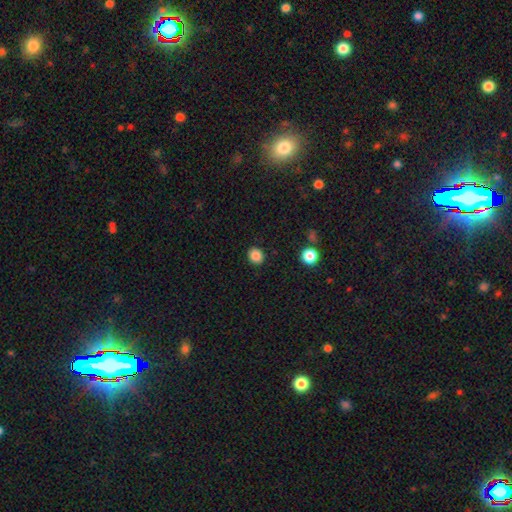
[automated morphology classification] This appears to be a smooth galaxy with no disk features (86%) that is round (75%). Merging: none (90%).